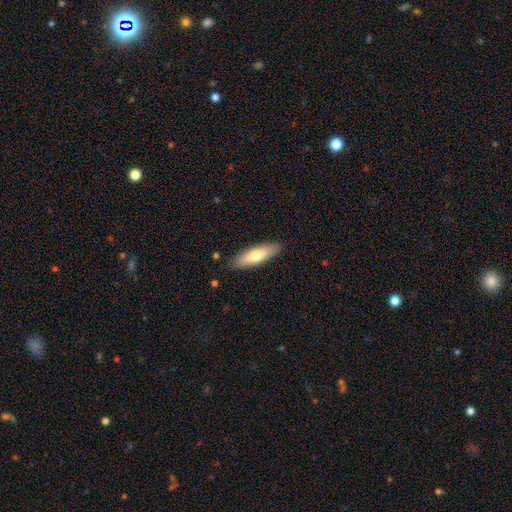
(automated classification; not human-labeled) Q: Smooth or featured?
A: smooth (69%); runner-up: featured or disk (25%)
Q: How rounded?
A: cigar-shaped (55%); runner-up: in between (43%)
Q: Merging?
A: none (87%); runner-up: minor disturbance (10%)